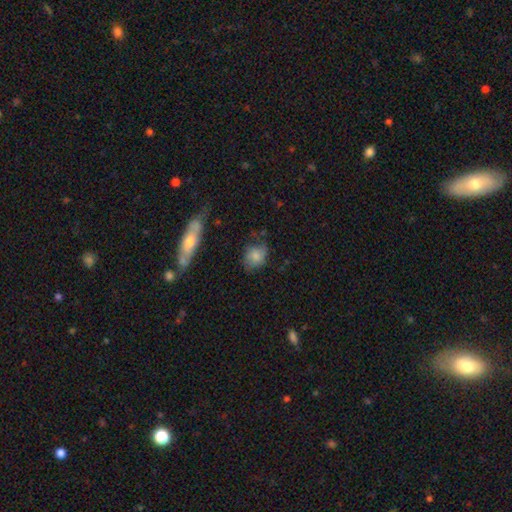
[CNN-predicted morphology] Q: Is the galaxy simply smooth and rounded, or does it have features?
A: smooth — 73%.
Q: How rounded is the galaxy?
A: in between — 52%.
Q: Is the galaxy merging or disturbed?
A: none — 59%.